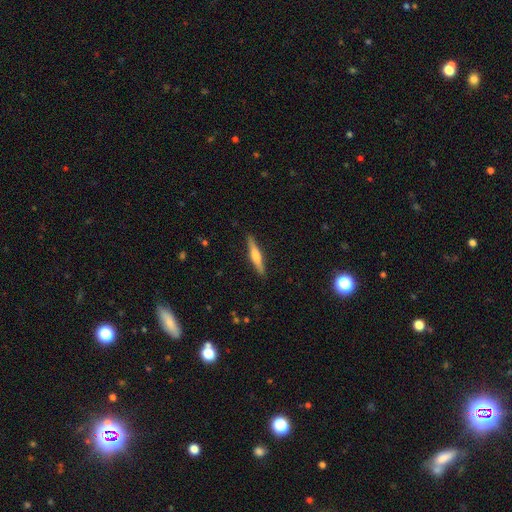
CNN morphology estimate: The model was most divided on "smooth or featured": featured or disk: 60%, smooth: 34%, star or artifact: 6%. More confident: edge-on disk — yes (97%); merging — none (90%); edge-on bulge — rounded (81%).